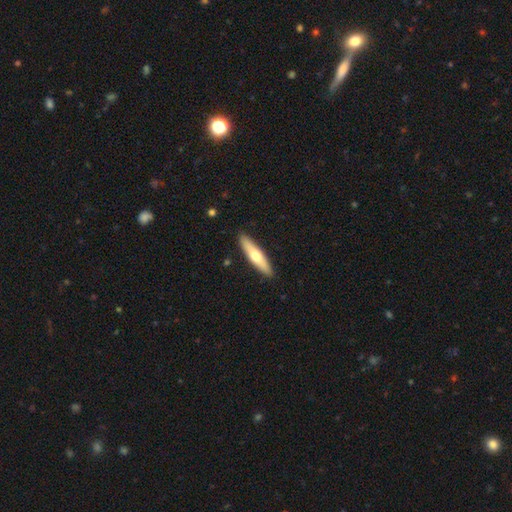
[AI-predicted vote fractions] The model was most divided on "smooth or featured": smooth: 56%, featured or disk: 40%, star or artifact: 5%. More confident: merging — none (90%); how rounded — cigar-shaped (78%).